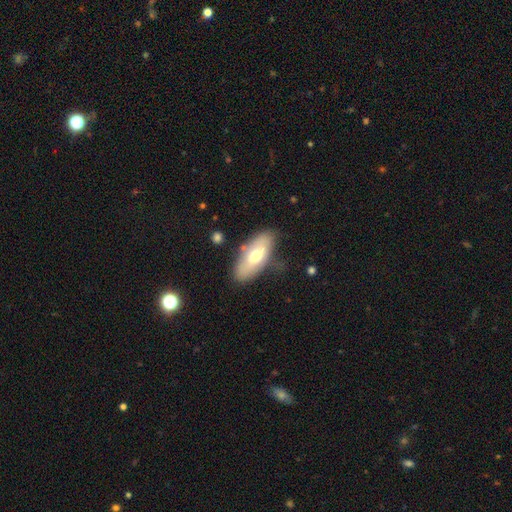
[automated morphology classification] Smooth or featured? Predicted: smooth (p=0.58). How rounded? Predicted: in between (p=0.85). Merging? Predicted: none (p=0.72).